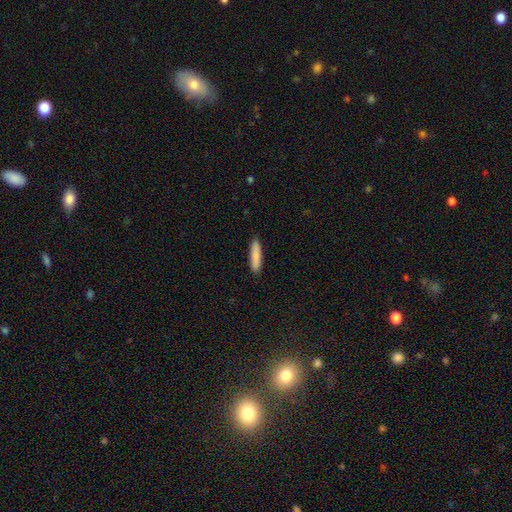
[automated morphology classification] smooth-or-featured: smooth: 86% | featured or disk: 9% | star or artifact: 6%
  how-rounded: cigar-shaped: 80% | in between: 19% | round: 1%
  merging: none: 90% | minor disturbance: 7% | major disturbance: 2% | merger: 1%